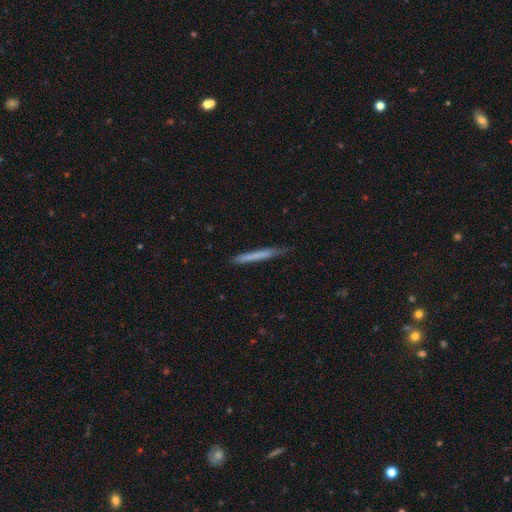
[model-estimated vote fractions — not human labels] Q: Smooth or featured?
A: smooth (65%); runner-up: featured or disk (29%)
Q: How rounded?
A: cigar-shaped (97%); runner-up: in between (2%)
Q: Merging?
A: none (85%); runner-up: minor disturbance (11%)